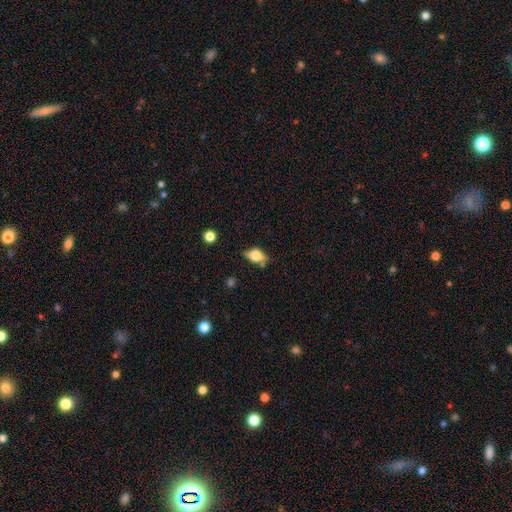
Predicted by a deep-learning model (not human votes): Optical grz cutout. It shows a smooth galaxy with no disk features (54%) that is in between round and cigar-shaped (73%). Merging: none (62%).